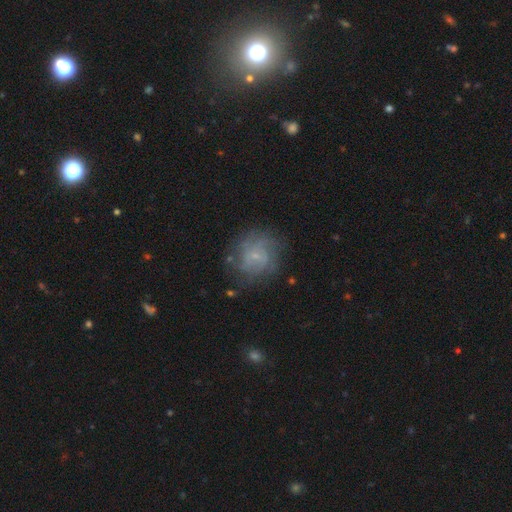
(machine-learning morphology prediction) This appears to be a featured or disk galaxy (59%) with no bar (64%), spiral arms (74%) and a small central bulge (76%). Merging: none (69%).